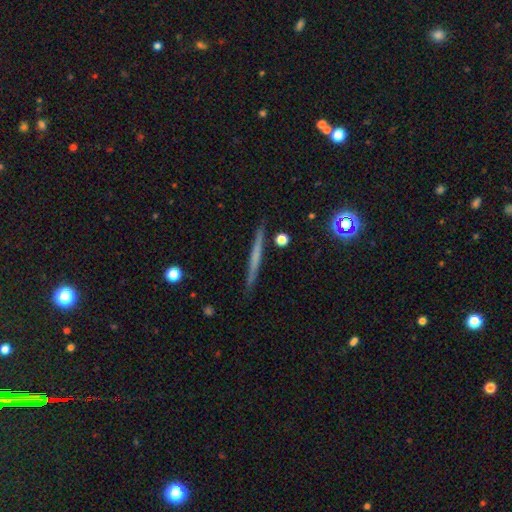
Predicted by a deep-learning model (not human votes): smooth-or-featured: featured or disk: 50% | smooth: 42% | star or artifact: 8%
  disk-edge-on: yes: 97% | no: 3%
  merging: none: 90% | minor disturbance: 7% | merger: 2% | major disturbance: 2%